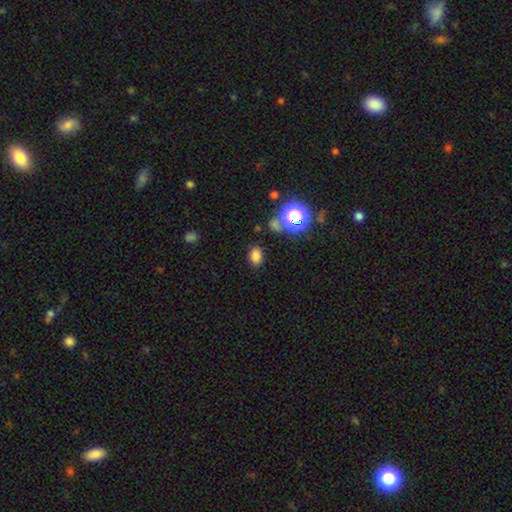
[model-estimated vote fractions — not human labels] smooth-or-featured: smooth: 77% | star or artifact: 18% | featured or disk: 5%
  how-rounded: in between: 73% | round: 26% | cigar-shaped: 1%
  merging: none: 79% | minor disturbance: 12% | merger: 4% | major disturbance: 4%